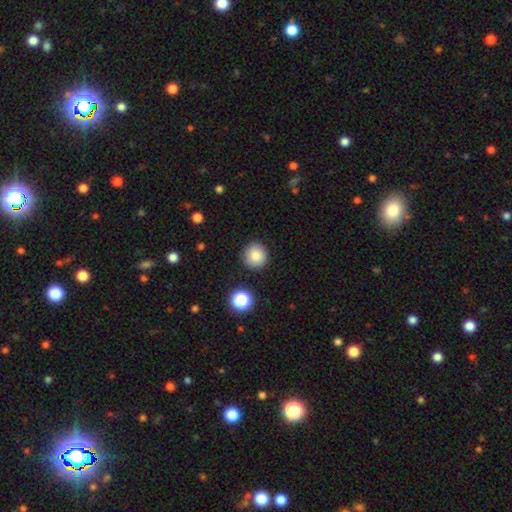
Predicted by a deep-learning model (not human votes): Overall: smooth (83%). How rounded: round (94%). Merging: none (90%).